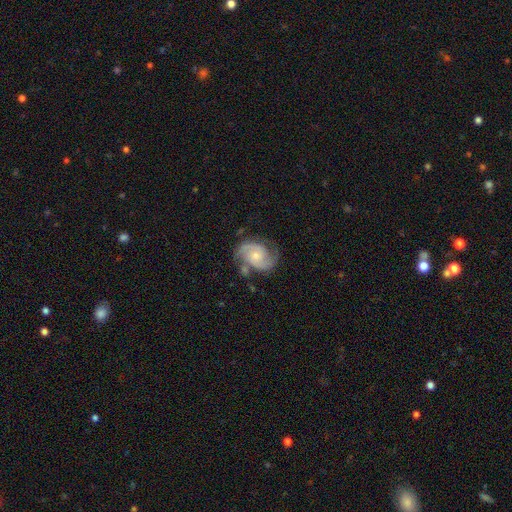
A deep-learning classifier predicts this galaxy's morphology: smooth_or_featured: featured or disk (p=0.87) [alt: smooth p=0.08]
disk_edge_on: no (p=0.98) [alt: yes p=0.02]
bar: no (p=0.65) [alt: weak p=0.30]
has_spiral_arms: yes (p=0.97) [alt: no p=0.03]
spiral_winding: medium (p=0.53) [alt: tight p=0.32]
spiral_arm_count: 2 (p=0.91) [alt: can't tell p=0.03]
bulge_size: small (p=0.55) [alt: moderate p=0.37]
merging: none (p=0.69) [alt: minor disturbance p=0.18]